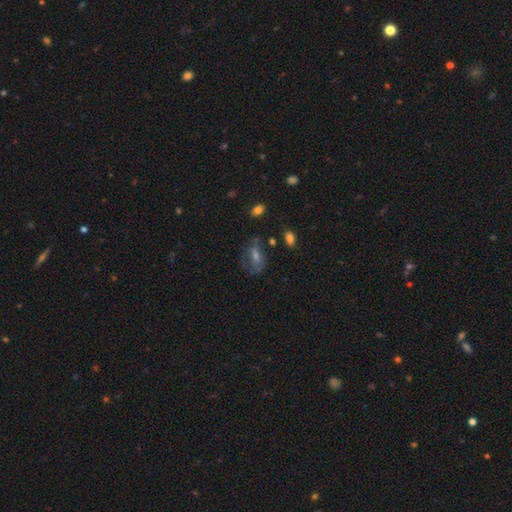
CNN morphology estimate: A featured or disk galaxy (43%). Merging: none (55%).